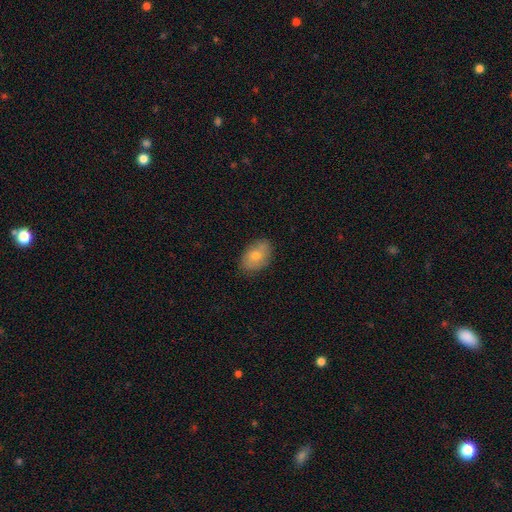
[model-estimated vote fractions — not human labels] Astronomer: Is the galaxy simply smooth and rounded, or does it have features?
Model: smooth — 67%.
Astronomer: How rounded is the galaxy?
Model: in between — 87%.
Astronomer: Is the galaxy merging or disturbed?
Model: none — 84%.